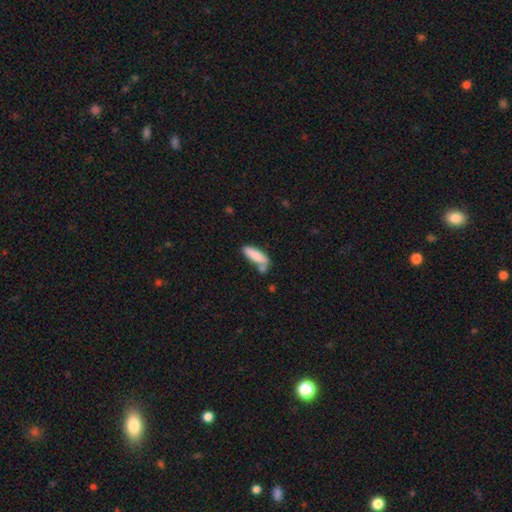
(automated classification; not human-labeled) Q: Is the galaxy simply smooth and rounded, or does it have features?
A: smooth — 83%.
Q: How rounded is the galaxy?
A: cigar-shaped — 53%.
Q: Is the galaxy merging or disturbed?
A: none — 54%.